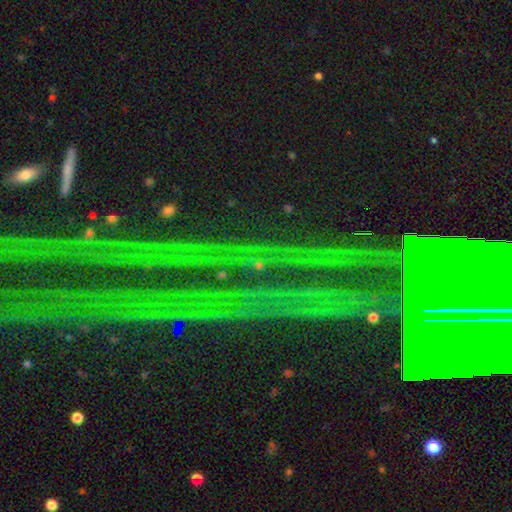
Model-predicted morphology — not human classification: The model was most divided on "smooth or featured": star or artifact: 81%, featured or disk: 11%, smooth: 8%.